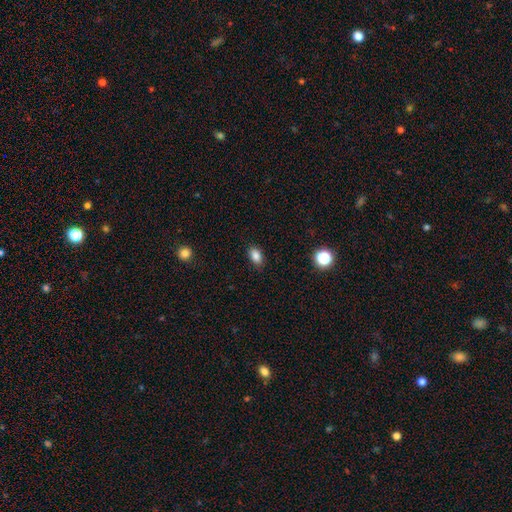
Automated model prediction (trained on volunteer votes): Smooth or featured? smooth (85%)
How rounded? in between (85%)
Merging? none (86%)